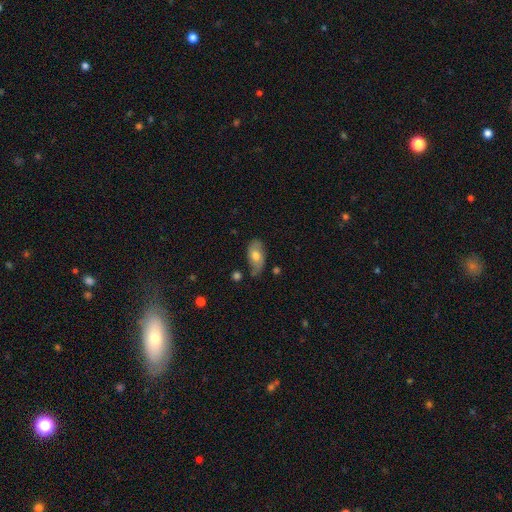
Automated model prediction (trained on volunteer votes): smooth_or_featured: smooth (p=0.59) [alt: featured or disk p=0.34]
how_rounded: in between (p=0.91) [alt: round p=0.06]
merging: none (p=0.61) [alt: minor disturbance p=0.27]